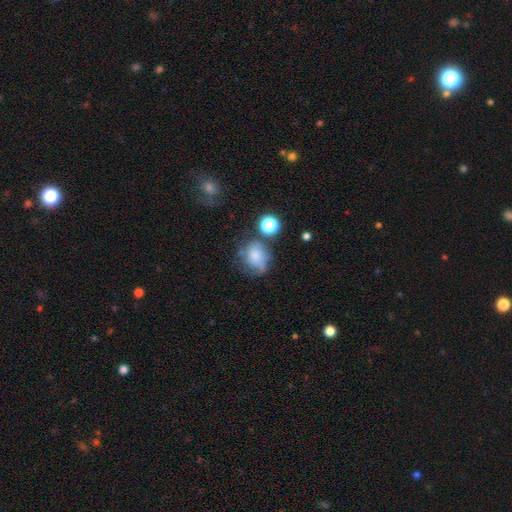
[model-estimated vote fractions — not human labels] Overall: smooth (64%). How rounded: round (57%; in between 42%). Merging: none (40%; minor disturbance 28%).